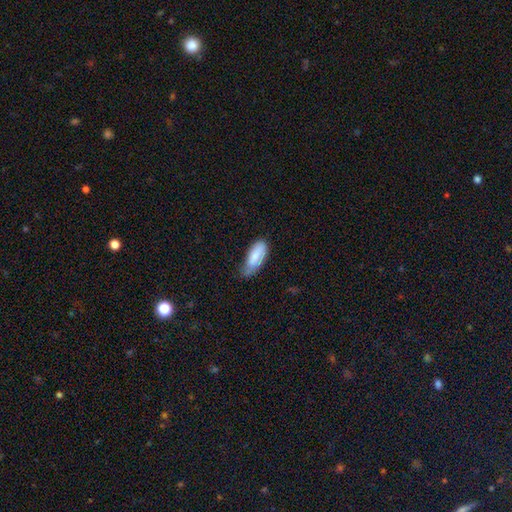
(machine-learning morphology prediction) Smooth or featured: smooth — 81% (featured or disk — 13%)
How rounded: in between — 83% (cigar-shaped — 16%)
Merging: minor disturbance — 48% (none — 38%)